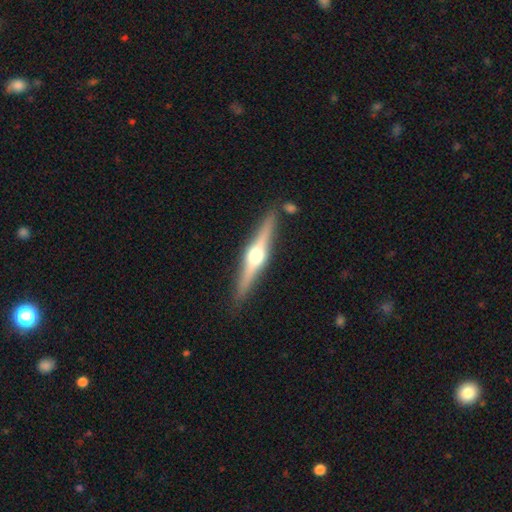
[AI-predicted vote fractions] Smooth or featured? Predicted: featured or disk (p=0.77). Edge-on disk? Predicted: yes (p=0.98). Edge-on bulge? Predicted: rounded (p=0.95). Merging? Predicted: none (p=0.88).